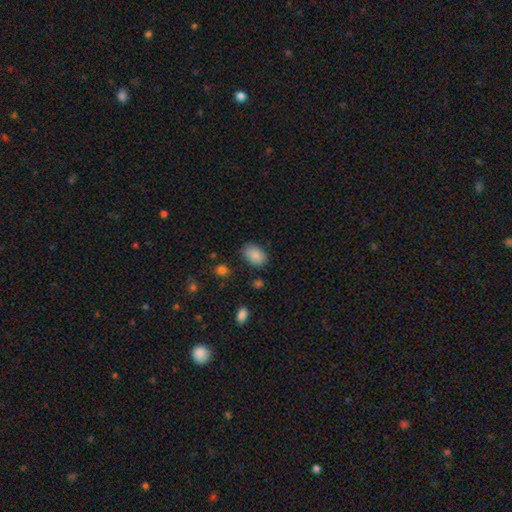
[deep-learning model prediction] Smooth or featured?
  - smooth: 88% *
  - star or artifact: 8%
  - featured or disk: 5%
How rounded?
  - in between: 84% *
  - round: 15%
  - cigar-shaped: 1%
Merging?
  - none: 80% *
  - minor disturbance: 14%
  - major disturbance: 4%
  - merger: 2%